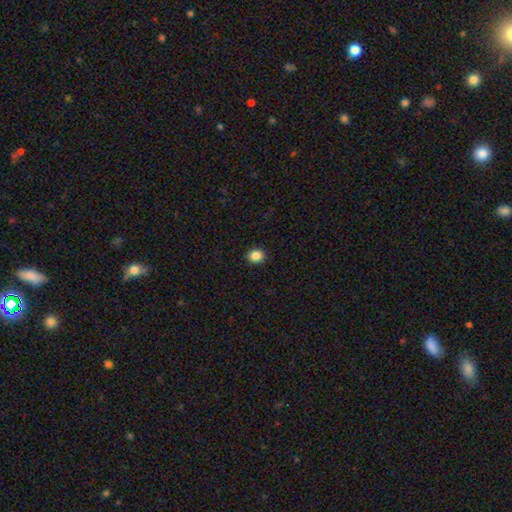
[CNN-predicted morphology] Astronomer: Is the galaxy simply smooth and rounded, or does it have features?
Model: smooth — 86%.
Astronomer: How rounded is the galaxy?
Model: round — 70%.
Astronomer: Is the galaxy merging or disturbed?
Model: none — 92%.